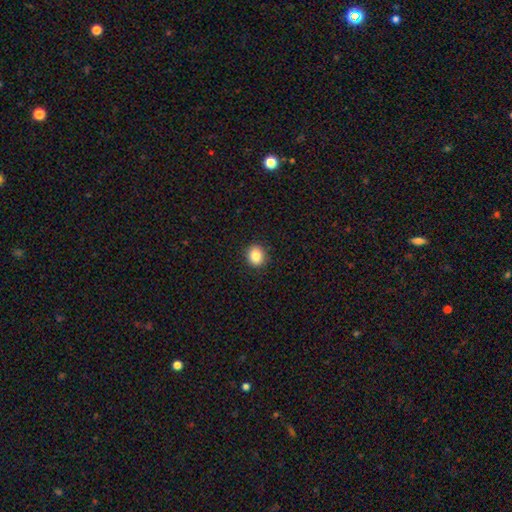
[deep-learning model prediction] A smooth galaxy with no disk features (85%) that is round (77%). Merging: none (91%).